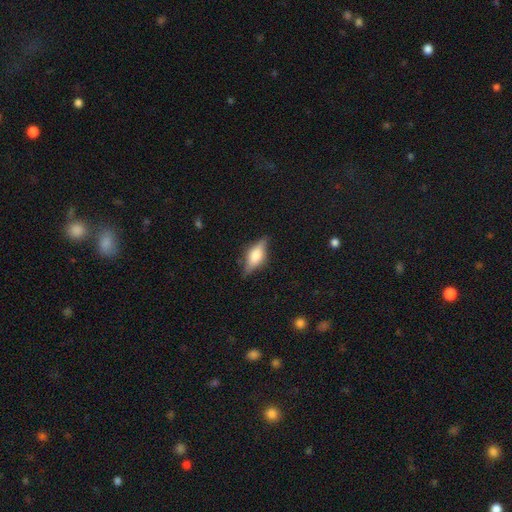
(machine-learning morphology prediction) smooth-or-featured: featured or disk: 49% | smooth: 43% | star or artifact: 8%
  merging: none: 77% | minor disturbance: 18% | major disturbance: 4% | merger: 1%